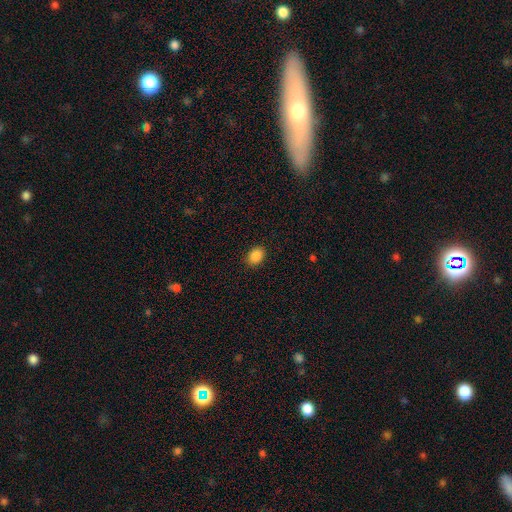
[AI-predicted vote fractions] smooth-or-featured: smooth: 88% | star or artifact: 9% | featured or disk: 3%
  how-rounded: in between: 66% | round: 33% | cigar-shaped: 1%
  merging: none: 88% | minor disturbance: 9% | major disturbance: 2% | merger: 1%